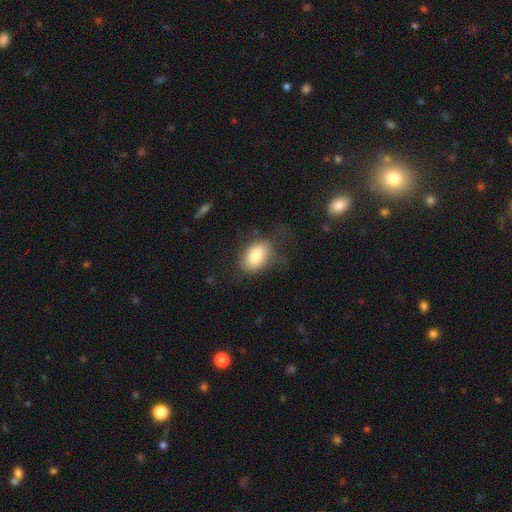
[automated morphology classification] smooth-or-featured: smooth: 80% | featured or disk: 12% | star or artifact: 8%
  how-rounded: in between: 86% | round: 13% | cigar-shaped: 1%
  merging: none: 62% | minor disturbance: 22% | major disturbance: 14% | merger: 2%